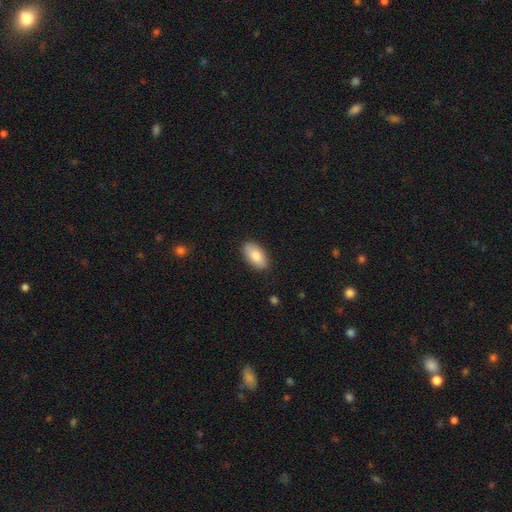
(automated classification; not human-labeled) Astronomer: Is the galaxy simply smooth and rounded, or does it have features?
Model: smooth — 82%.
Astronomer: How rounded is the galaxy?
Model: in between — 93%.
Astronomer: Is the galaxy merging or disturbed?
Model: none — 86%.